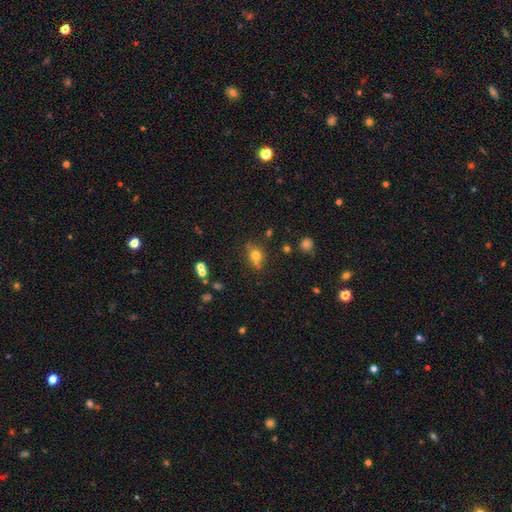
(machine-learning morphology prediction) This is likely a smooth galaxy (71%). How rounded: likely round (67%). Merging: likely none (67%).